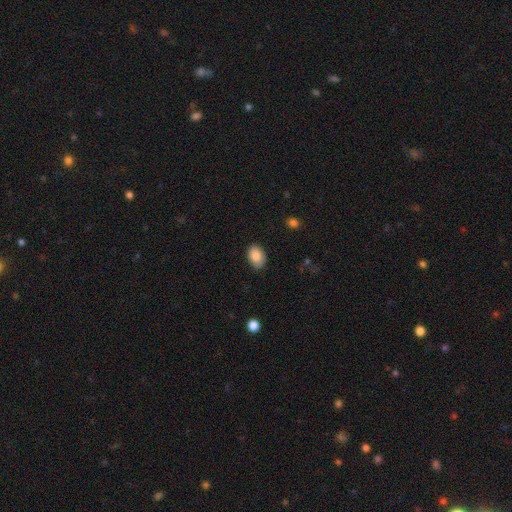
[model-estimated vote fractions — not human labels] Q: Smooth or featured?
A: smooth (86%); runner-up: star or artifact (7%)
Q: How rounded?
A: in between (85%); runner-up: round (14%)
Q: Merging?
A: none (81%); runner-up: minor disturbance (15%)